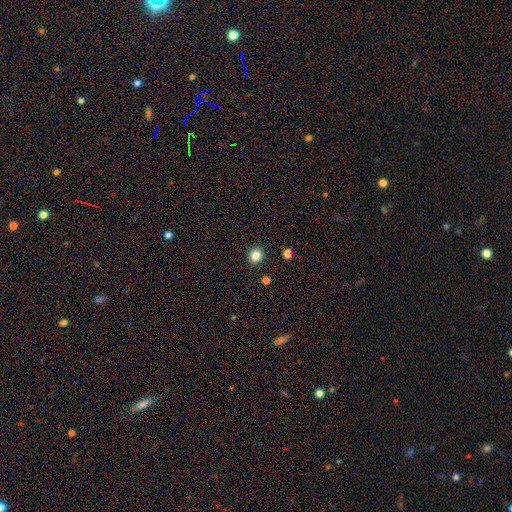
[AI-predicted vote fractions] Smooth or featured: smooth — 83% (star or artifact — 12%)
How rounded: round — 89% (in between — 10%)
Merging: none — 92% (minor disturbance — 5%)